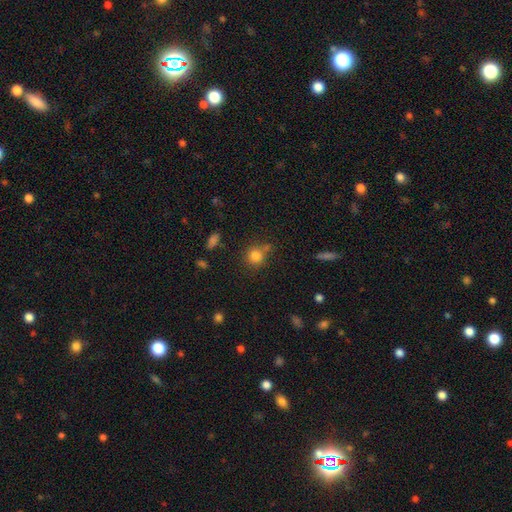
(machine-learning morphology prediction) This is clearly a smooth galaxy (81%). How rounded: clearly round (87%). Merging: likely none (66%).